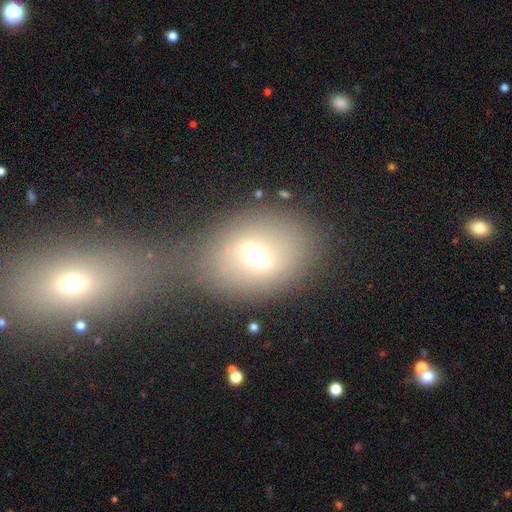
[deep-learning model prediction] This appears to be a smooth galaxy with no disk features (55%) that is in between round and cigar-shaped (72%). Merging: none (39%).